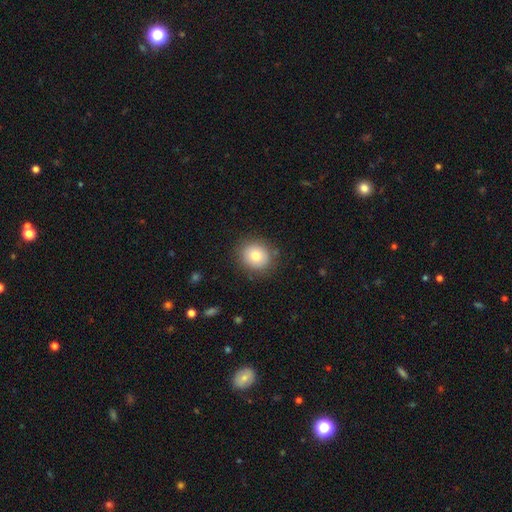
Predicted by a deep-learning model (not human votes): smooth-or-featured: smooth: 76% | featured or disk: 14% | star or artifact: 10%
  how-rounded: round: 77% | in between: 23% | cigar-shaped: 1%
  merging: none: 86% | minor disturbance: 10% | major disturbance: 3% | merger: 1%